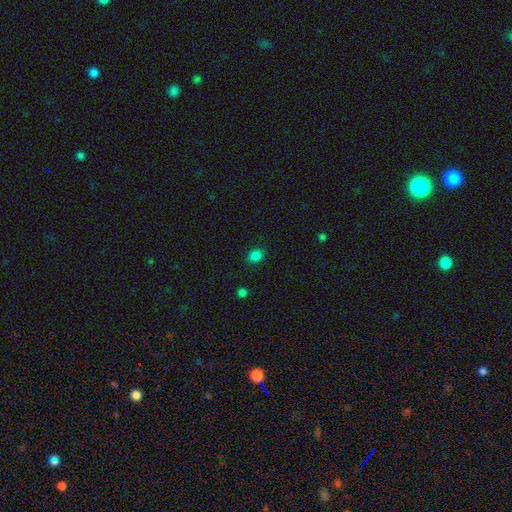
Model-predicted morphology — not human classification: Overall: smooth (83%). How rounded: round (53%; in between 46%). Merging: none (86%).